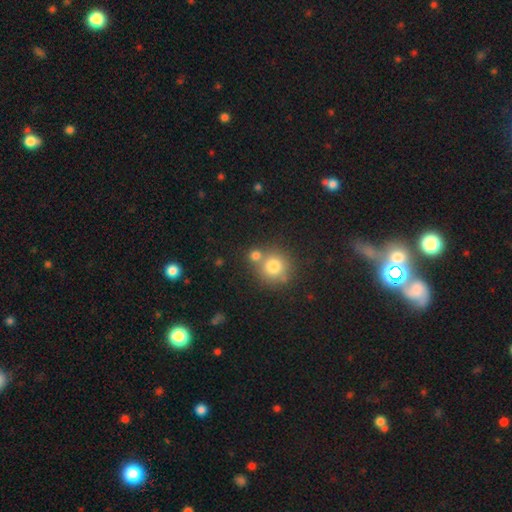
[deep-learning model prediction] smooth_or_featured: smooth (p=0.78) [alt: star or artifact p=0.12]
how_rounded: round (p=0.88) [alt: in between p=0.11]
merging: none (p=0.57) [alt: merger p=0.32]